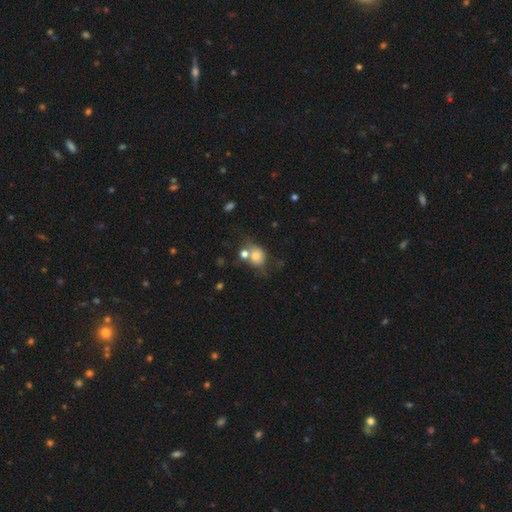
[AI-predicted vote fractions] Q: Smooth or featured?
A: smooth (72%); runner-up: featured or disk (17%)
Q: How rounded?
A: round (51%); runner-up: in between (47%)
Q: Merging?
A: none (40%); runner-up: merger (32%)